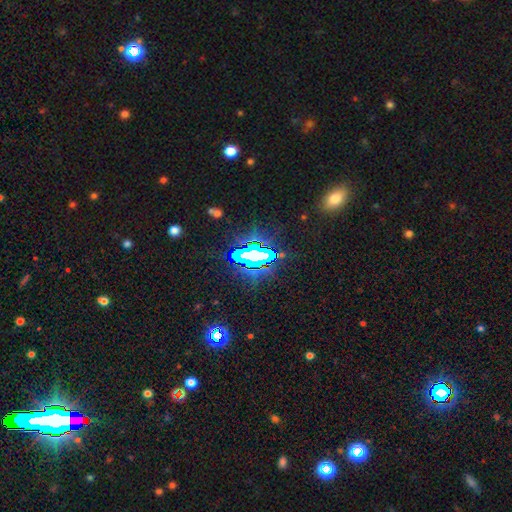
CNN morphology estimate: The model was most divided on "smooth or featured": star or artifact: 70%, smooth: 16%, featured or disk: 14%.